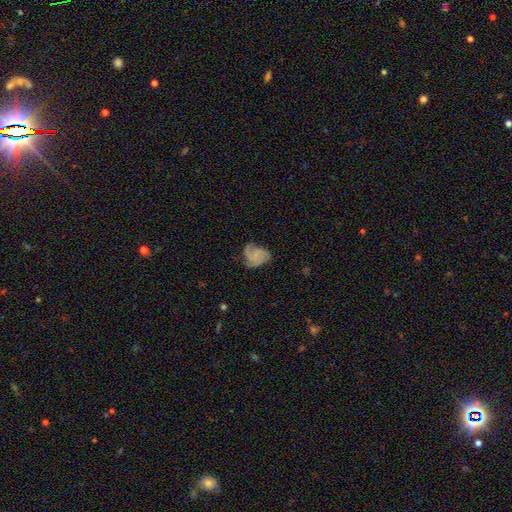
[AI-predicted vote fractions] Smooth or featured? featured or disk (63%)
Edge-on disk? no (98%)
Bar? no (76%)
Spiral arms? yes (92%)
Spiral winding? medium (44%)
Spiral arm count? 3 (53%)
Bulge size? none (45%)
Merging? none (57%)